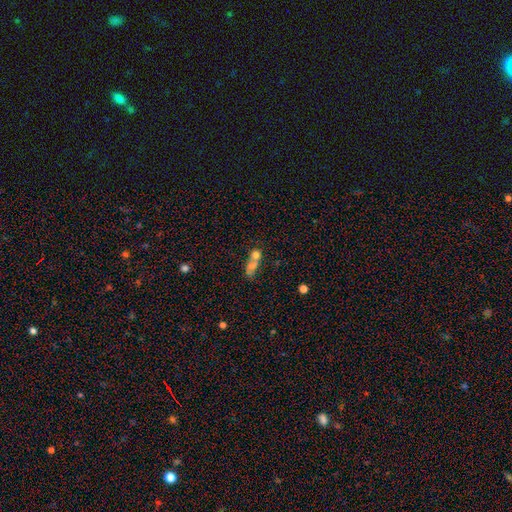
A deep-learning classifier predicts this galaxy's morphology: Overall: smooth (62%; featured or disk 25%). How rounded: in between (51%; round 42%). Merging: merger (65%).